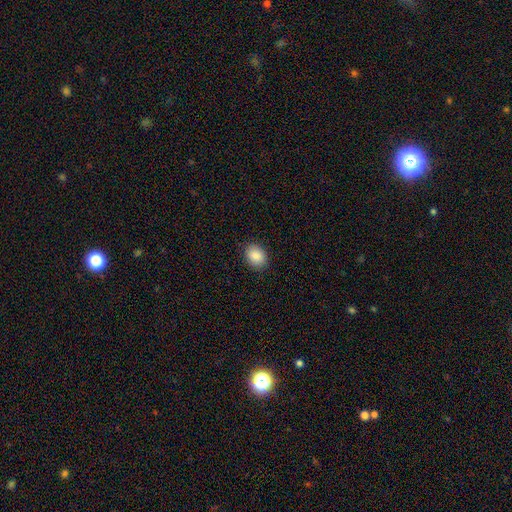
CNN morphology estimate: The model was most divided on "how rounded": in between: 60%, round: 39%, cigar-shaped: 1%. More confident: merging — none (89%); smooth or featured — smooth (88%).